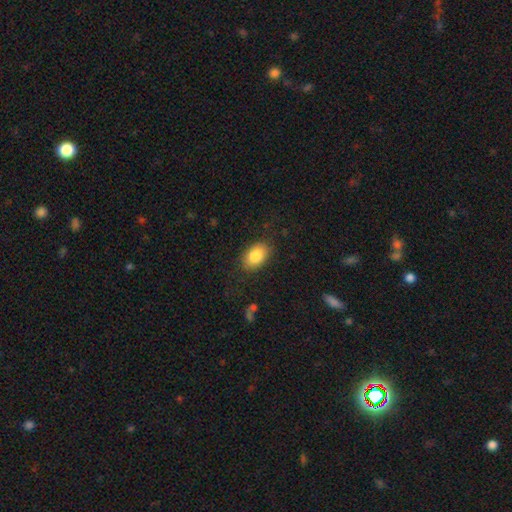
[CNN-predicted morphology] Smooth or featured? smooth (85%)
How rounded? in between (88%)
Merging? none (84%)